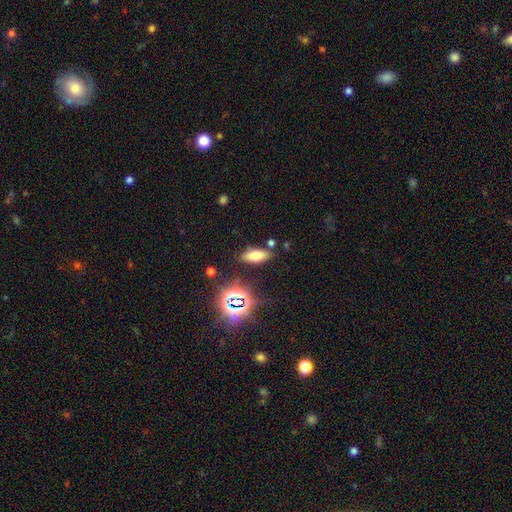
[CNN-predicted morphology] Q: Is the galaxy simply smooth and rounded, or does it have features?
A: smooth — 61%.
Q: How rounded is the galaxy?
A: in between — 76%.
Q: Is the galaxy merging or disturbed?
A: none — 82%.